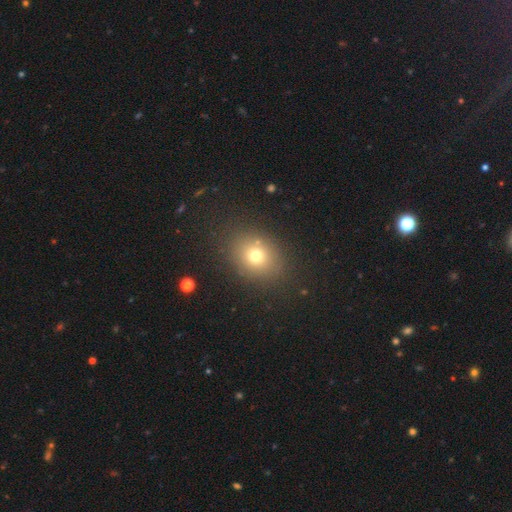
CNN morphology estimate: Smooth or featured? Predicted: smooth (p=0.72). How rounded? Predicted: round (p=0.57). Merging? Predicted: none (p=0.84).